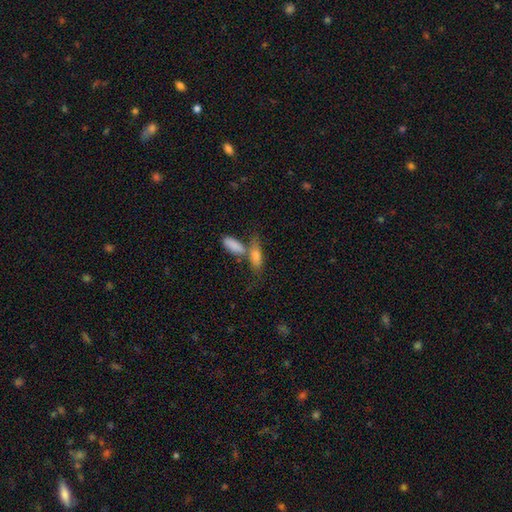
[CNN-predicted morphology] Smooth or featured?
  - smooth: 72% *
  - featured or disk: 19%
  - star or artifact: 9%
How rounded?
  - in between: 64% *
  - cigar-shaped: 33%
  - round: 4%
Merging?
  - merger: 51% *
  - none: 31%
  - minor disturbance: 11%
  - major disturbance: 7%